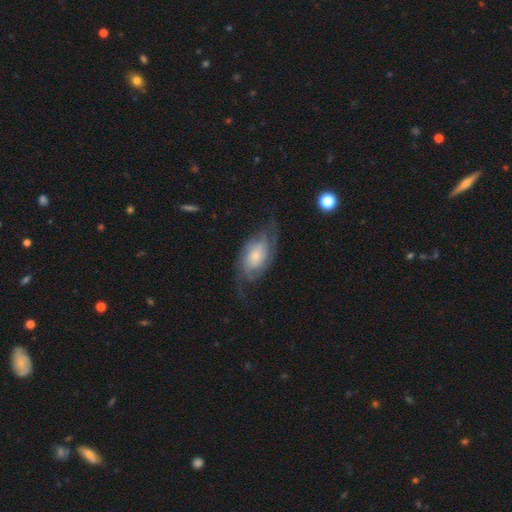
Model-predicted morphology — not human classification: featured or disk 75%, smooth 20%, star or artifact 6%. Down the decision tree: edge-on disk — no (94%); bar — no (72%); spiral arms — yes (92%); spiral arm count — 2 (68%); spiral winding — medium (42%); bulge size — small (56%); merging — none (63%).